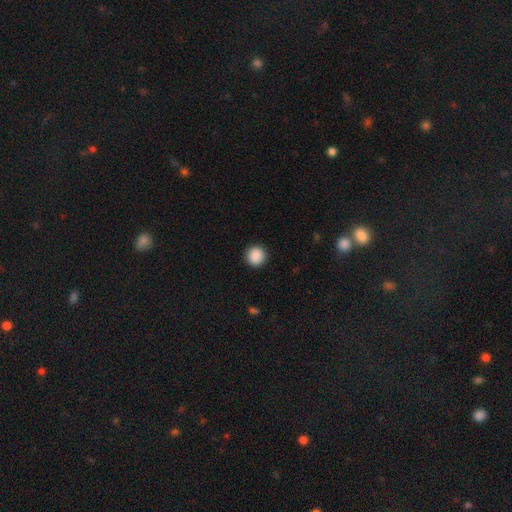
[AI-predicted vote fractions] Q: Smooth or featured?
A: smooth (89%); runner-up: star or artifact (8%)
Q: How rounded?
A: round (94%); runner-up: in between (5%)
Q: Merging?
A: none (92%); runner-up: minor disturbance (6%)